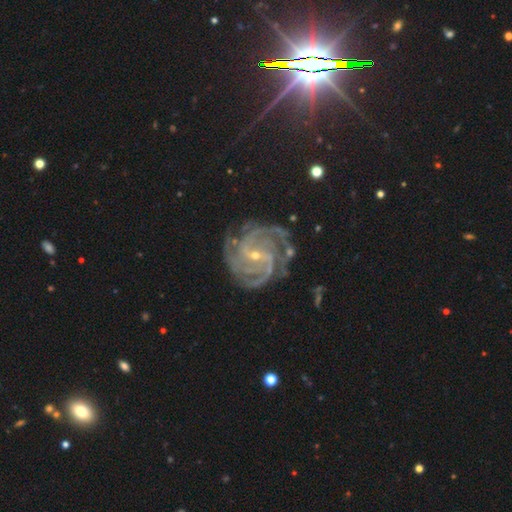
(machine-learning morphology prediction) This appears to be a featured or disk galaxy (91%) with a weak bar (46%), 4 (32%) tight (61%) spiral arms (98%) and a small central bulge (76%). Merging: none (71%).